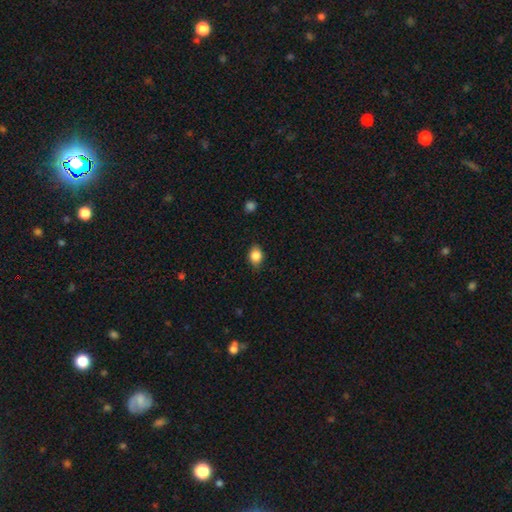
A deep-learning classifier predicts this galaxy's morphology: Smooth or featured? smooth (84%)
How rounded? in between (53%)
Merging? none (77%)